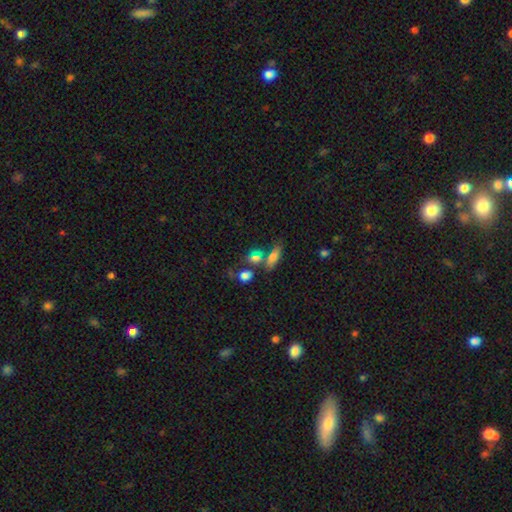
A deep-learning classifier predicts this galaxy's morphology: This appears to be a smooth galaxy with no disk features (73%) that is in between round and cigar-shaped (59%). Merging: none (46%).